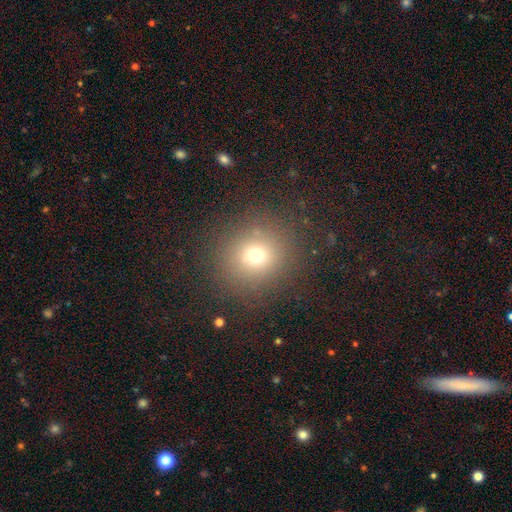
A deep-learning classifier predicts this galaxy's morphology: smooth_or_featured: smooth (p=0.69) [alt: star or artifact p=0.20]
how_rounded: round (p=0.89) [alt: in between p=0.10]
merging: none (p=0.84) [alt: minor disturbance p=0.09]